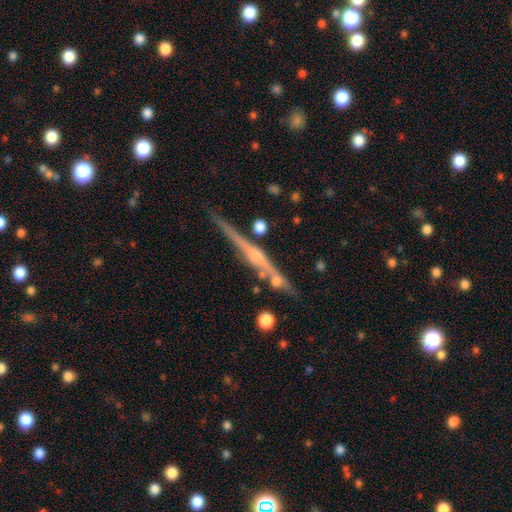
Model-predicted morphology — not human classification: This is clearly a featured or disk galaxy (83%). It is clearly viewed edge-on (98%). Edge-on bulge: likely rounded (77%). Merging: clearly none (82%).